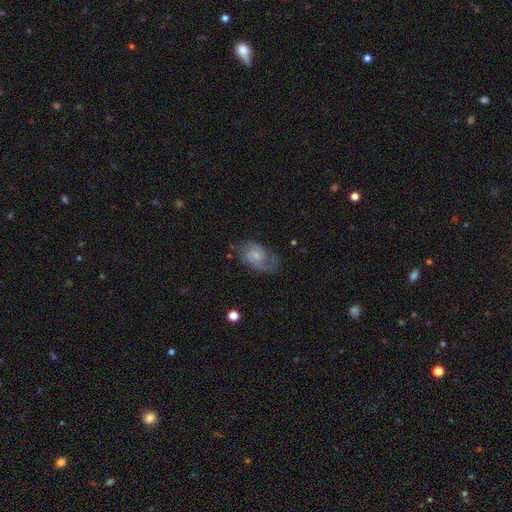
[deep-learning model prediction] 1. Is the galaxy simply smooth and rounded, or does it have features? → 70% featured or disk, 23% smooth, 7% star or artifact.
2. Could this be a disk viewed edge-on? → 97% no, 3% yes.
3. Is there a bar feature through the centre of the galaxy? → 58% no, 37% weak, 5% strong.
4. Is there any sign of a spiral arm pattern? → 91% yes, 9% no.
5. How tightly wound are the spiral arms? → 52% medium, 25% tight, 23% loose.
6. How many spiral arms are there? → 79% 2, 10% can't tell, 7% 1, 2% 3, 1% 4, 1% more than 4.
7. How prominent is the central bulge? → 57% small, 23% moderate, 16% none, 3% large, 1% dominant.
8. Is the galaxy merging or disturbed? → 62% none, 22% minor disturbance, 14% major disturbance, 2% merger.